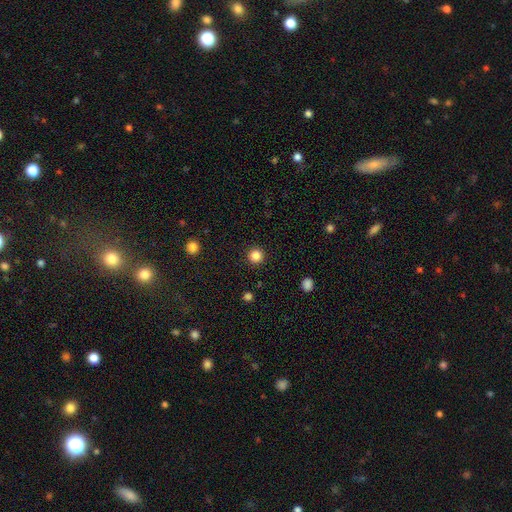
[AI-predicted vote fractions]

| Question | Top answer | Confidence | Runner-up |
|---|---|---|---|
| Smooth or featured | smooth | 85% | star or artifact (12%) |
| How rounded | round | 96% | in between (3%) |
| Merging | none | 93% | minor disturbance (4%) |